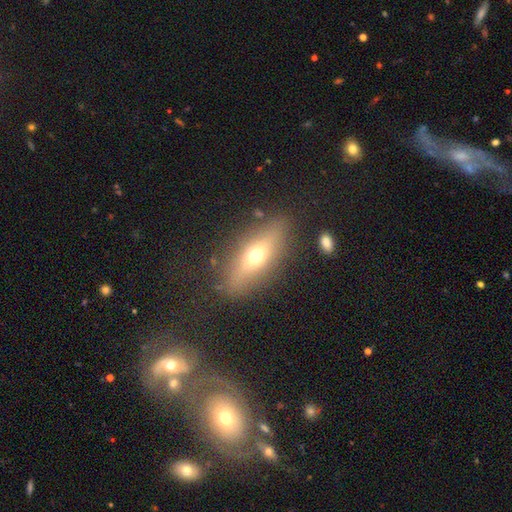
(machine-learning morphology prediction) A smooth galaxy with no disk features (48%).

Vote fractions:
- Smooth or featured? smooth: 48% / featured or disk: 42% / star or artifact: 10%
- Merging? none: 82% / minor disturbance: 11% / major disturbance: 5% / merger: 2%